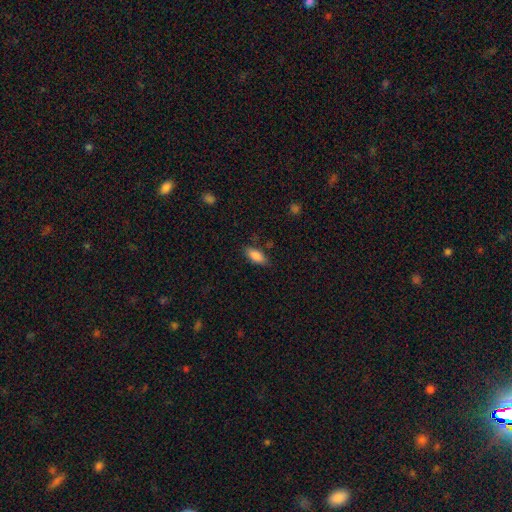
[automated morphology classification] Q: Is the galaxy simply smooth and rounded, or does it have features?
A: smooth — 86%.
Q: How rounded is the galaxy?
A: in between — 87%.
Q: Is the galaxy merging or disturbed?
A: none — 81%.